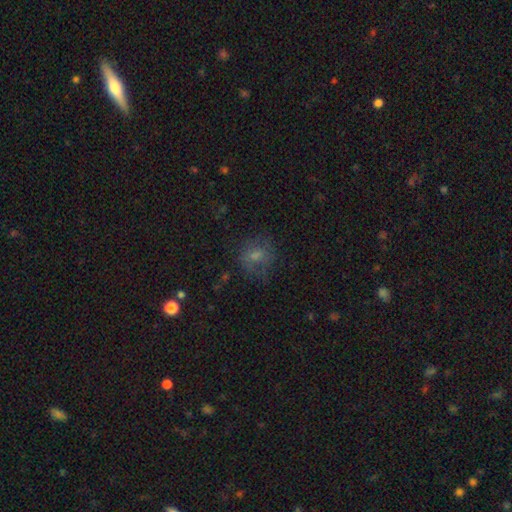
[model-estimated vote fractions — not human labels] Overall: smooth (61%; featured or disk 23%). How rounded: round (59%; in between 40%). Merging: none (57%; minor disturbance 22%).